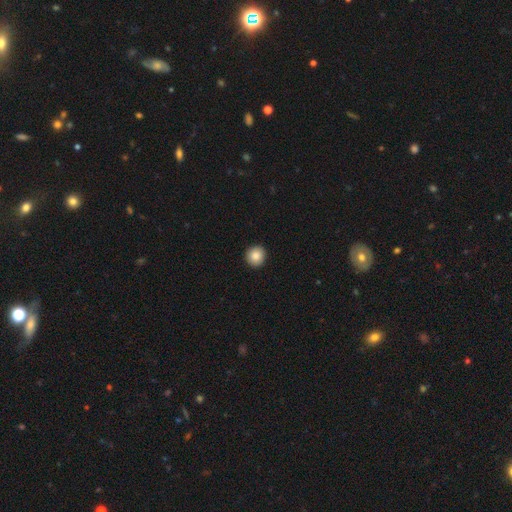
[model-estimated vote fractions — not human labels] smooth_or_featured: smooth (p=0.86) [alt: star or artifact p=0.09]
how_rounded: round (p=0.93) [alt: in between p=0.06]
merging: none (p=0.93) [alt: minor disturbance p=0.05]